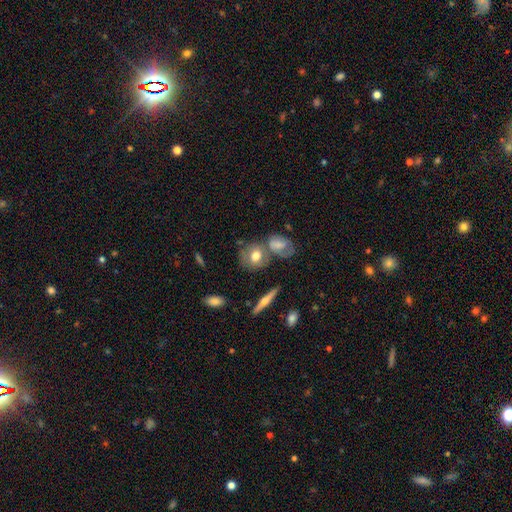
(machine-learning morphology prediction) smooth_or_featured: smooth (p=0.63) [alt: featured or disk p=0.28]
how_rounded: round (p=0.62) [alt: in between p=0.35]
merging: none (p=0.55) [alt: merger p=0.24]